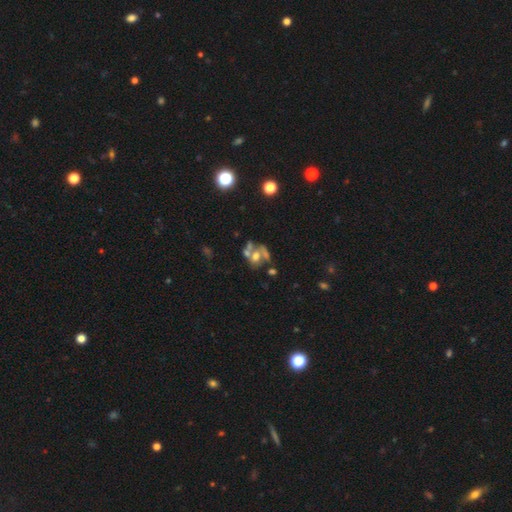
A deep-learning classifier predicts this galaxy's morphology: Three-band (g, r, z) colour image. It shows a featured or disk galaxy (48%). Merging: merger (47%).